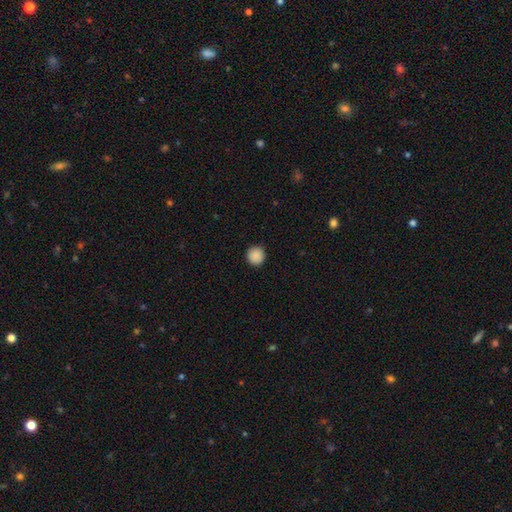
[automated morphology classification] Smooth or featured? smooth (89%)
How rounded? round (95%)
Merging? none (92%)